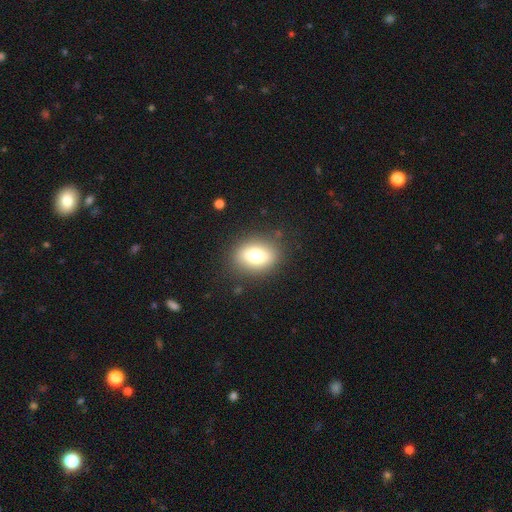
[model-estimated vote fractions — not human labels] smooth 75%, featured or disk 15%, star or artifact 10%. Down the decision tree: how rounded — in between (66%); merging — none (84%).